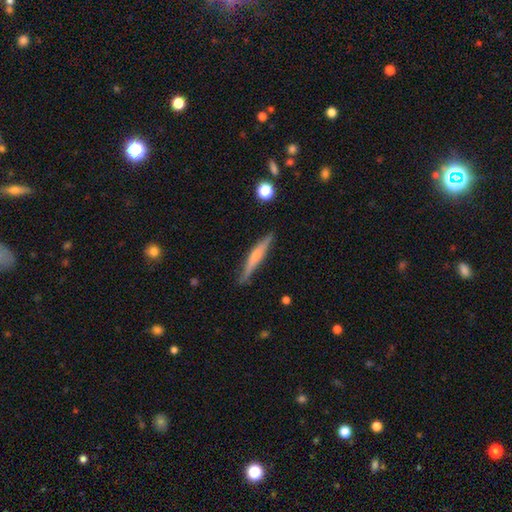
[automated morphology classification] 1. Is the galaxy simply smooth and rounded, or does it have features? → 56% featured or disk, 38% smooth, 6% star or artifact.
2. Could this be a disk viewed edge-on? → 96% yes, 4% no.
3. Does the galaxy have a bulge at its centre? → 67% rounded, 25% none, 8% boxy.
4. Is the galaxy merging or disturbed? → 85% none, 11% minor disturbance, 2% major disturbance, 1% merger.